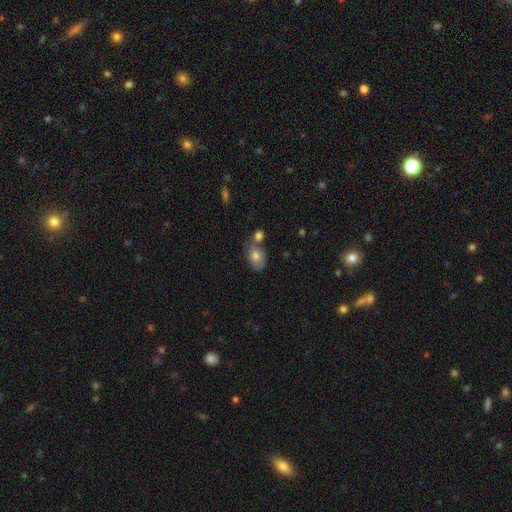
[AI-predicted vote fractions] A smooth galaxy with no disk features (75%) that is in between round and cigar-shaped (80%). Merging: none (48%).